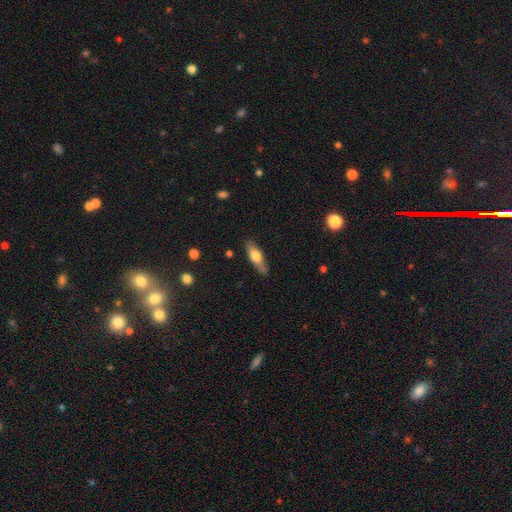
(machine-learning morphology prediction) Smooth or featured?
  - smooth: 60% *
  - featured or disk: 33%
  - star or artifact: 6%
How rounded?
  - cigar-shaped: 54% *
  - in between: 43%
  - round: 2%
Merging?
  - none: 81% *
  - minor disturbance: 15%
  - major disturbance: 3%
  - merger: 2%